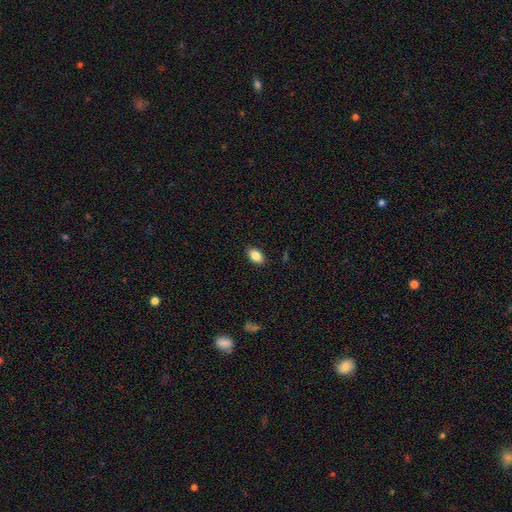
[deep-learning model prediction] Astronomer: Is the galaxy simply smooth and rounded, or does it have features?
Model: smooth — 85%.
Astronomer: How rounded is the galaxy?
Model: in between — 89%.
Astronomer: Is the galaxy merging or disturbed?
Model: none — 89%.